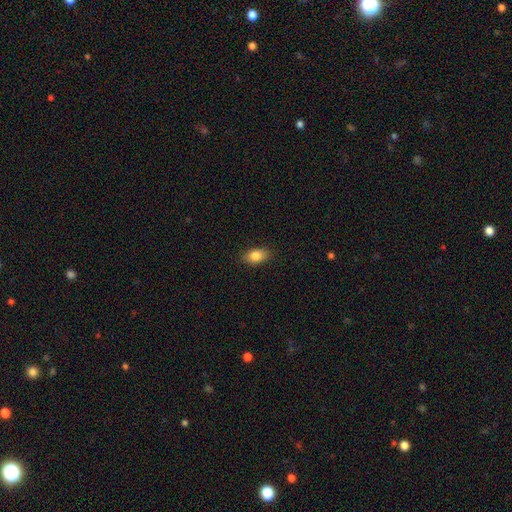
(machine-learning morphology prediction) Q: Smooth or featured?
A: smooth (84%); runner-up: featured or disk (8%)
Q: How rounded?
A: in between (87%); runner-up: round (10%)
Q: Merging?
A: none (87%); runner-up: minor disturbance (10%)